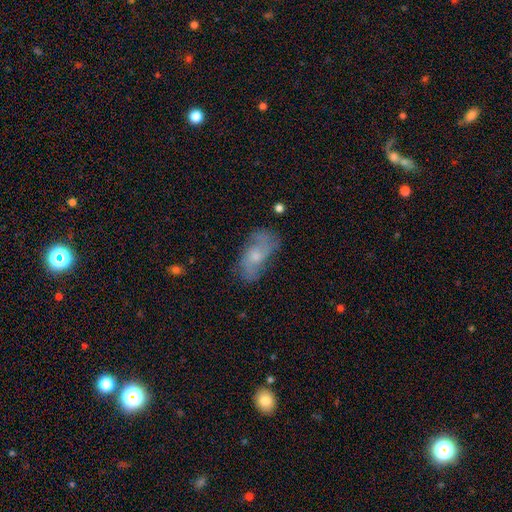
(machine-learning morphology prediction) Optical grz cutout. It shows a featured or disk galaxy (56%) with no bar (69%), spiral arms (79%) and a small central bulge (51%). Merging: none (59%).